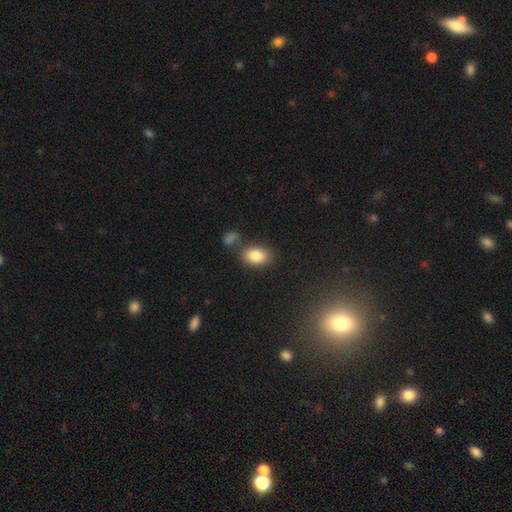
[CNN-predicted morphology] A smooth galaxy with no disk features (85%) that is in between round and cigar-shaped (87%). Merging: none (68%).